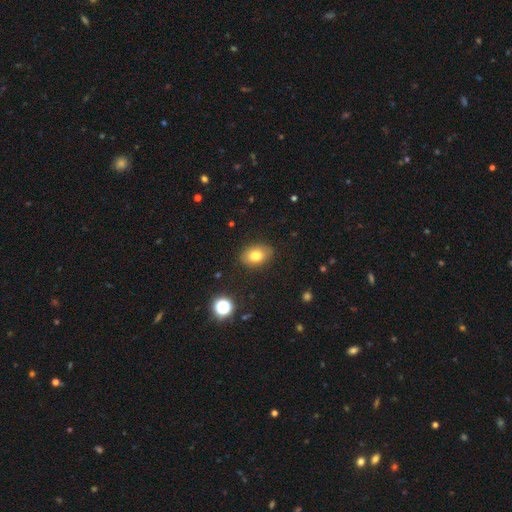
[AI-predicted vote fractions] This appears to be a smooth galaxy with no disk features (77%) that is in between round and cigar-shaped (79%). Merging: none (86%).